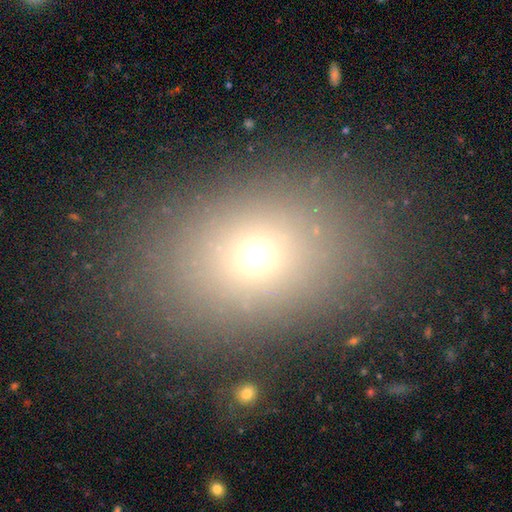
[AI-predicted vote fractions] Smooth or featured? Predicted: smooth (p=0.67). How rounded? Predicted: in between (p=0.66). Merging? Predicted: none (p=0.83).